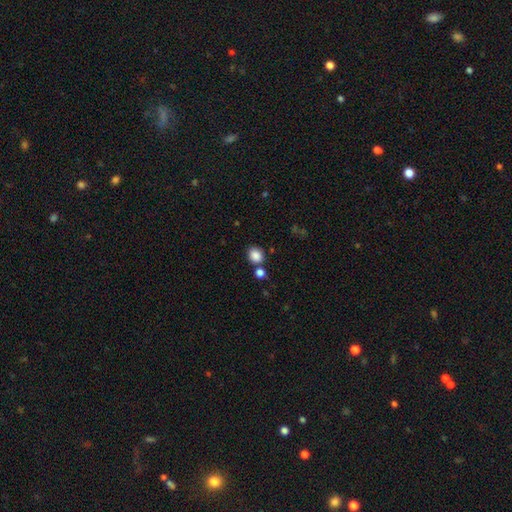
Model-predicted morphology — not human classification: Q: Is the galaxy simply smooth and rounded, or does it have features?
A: smooth — 86%.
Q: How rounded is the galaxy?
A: round — 60%.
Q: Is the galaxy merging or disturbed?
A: none — 70%.